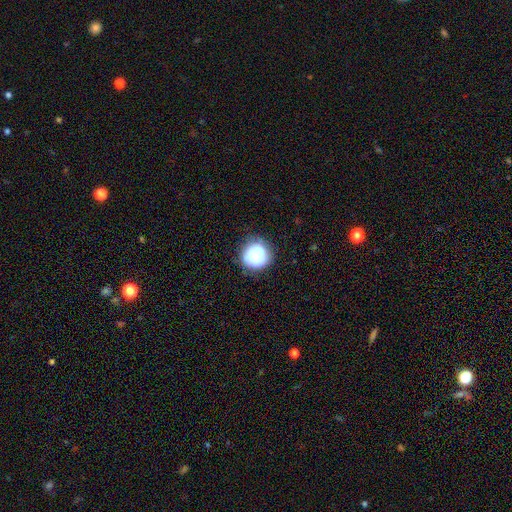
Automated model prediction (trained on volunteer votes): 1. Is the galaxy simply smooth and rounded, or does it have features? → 63% smooth, 28% featured or disk, 9% star or artifact.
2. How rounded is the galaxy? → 90% round, 9% in between, 1% cigar-shaped.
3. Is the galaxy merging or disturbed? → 72% none, 19% minor disturbance, 6% major disturbance, 3% merger.